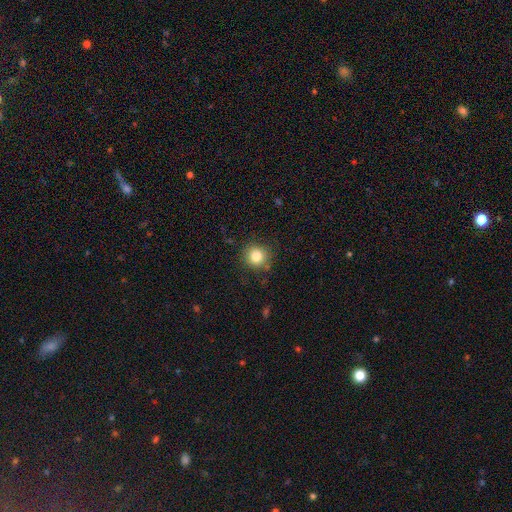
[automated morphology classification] Smooth or featured? Predicted: smooth (p=0.82). How rounded? Predicted: round (p=0.92). Merging? Predicted: none (p=0.85).